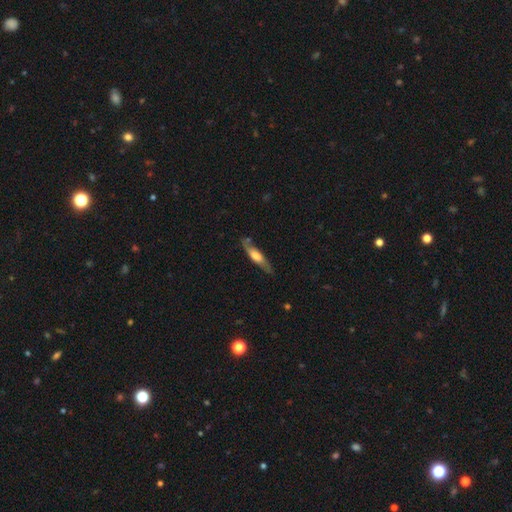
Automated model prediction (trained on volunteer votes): Smooth or featured? Predicted: featured or disk (p=0.51). Edge-on disk? Predicted: yes (p=0.79). Merging? Predicted: none (p=0.77).